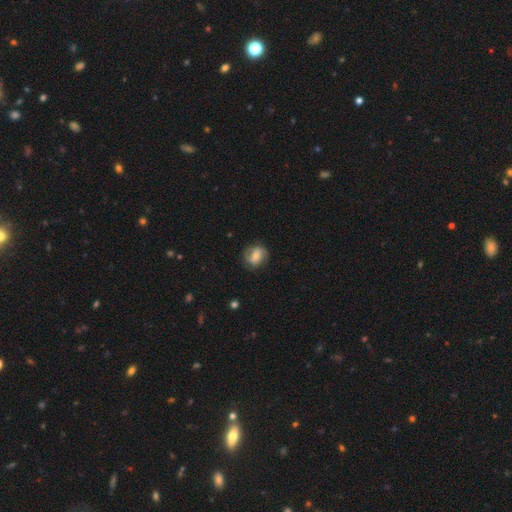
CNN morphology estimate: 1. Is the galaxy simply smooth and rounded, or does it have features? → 49% smooth, 43% featured or disk, 8% star or artifact.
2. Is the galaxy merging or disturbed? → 80% none, 15% minor disturbance, 5% major disturbance, 1% merger.